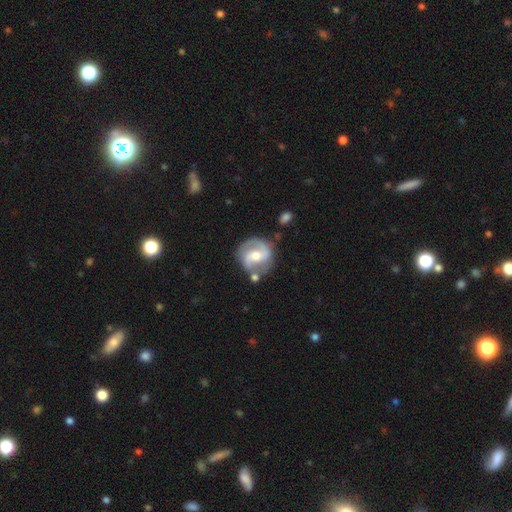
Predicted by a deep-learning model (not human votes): A featured or disk galaxy (84%) with a weak bar (42%), 2 (90%) medium (54%) spiral arms (94%) and a moderate central bulge (66%).

Vote fractions:
- Smooth or featured? featured or disk: 84% / smooth: 11% / star or artifact: 5%
- Edge-on disk? no: 98% / yes: 2%
- Bar? weak: 42% / no: 31% / strong: 27%
- Spiral arms? yes: 94% / no: 6%
- Spiral winding? medium: 54% / tight: 27% / loose: 19%
- Spiral arm count? 2: 90% / can't tell: 4% / 3: 2% / 1: 2% / 4: 1% / more than 4: 1%
- Bulge size? moderate: 66% / small: 28% / large: 5% / none: 1% / dominant: 1%
- Merging? none: 75% / minor disturbance: 14% / merger: 6% / major disturbance: 5%